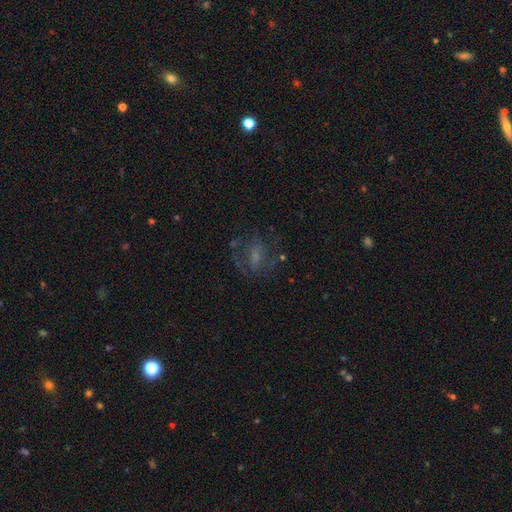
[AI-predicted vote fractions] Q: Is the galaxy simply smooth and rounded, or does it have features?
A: featured or disk — 49%.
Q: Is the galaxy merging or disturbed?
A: none — 58%.